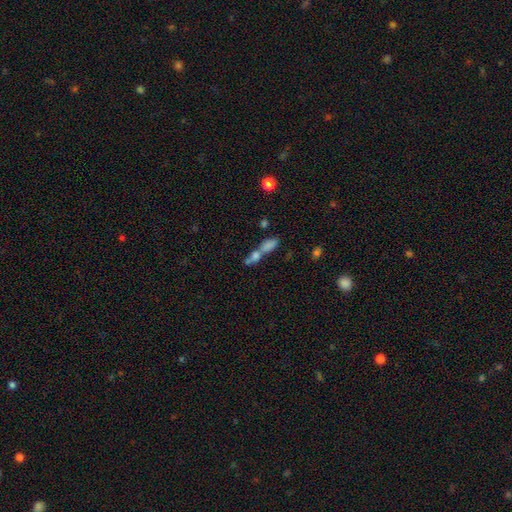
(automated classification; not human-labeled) Smooth or featured: smooth — 51% (featured or disk — 25%)
How rounded: in between — 42% (cigar-shaped — 40%)
Merging: none — 46% (merger — 36%)